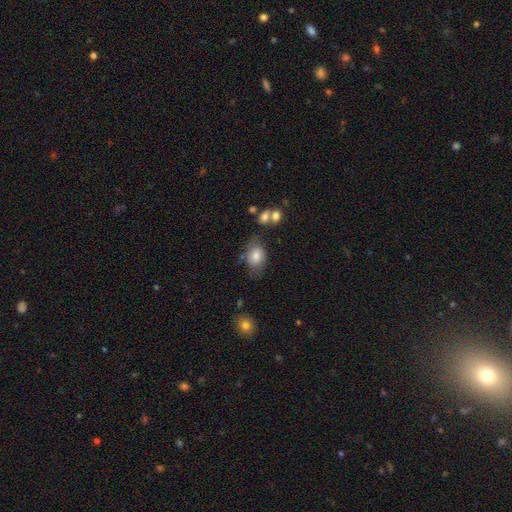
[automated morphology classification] Overall: smooth (78%). How rounded: in between (73%). Merging: none (59%; minor disturbance 25%).